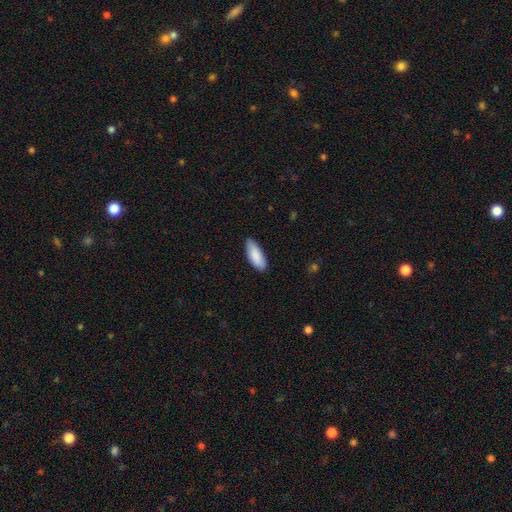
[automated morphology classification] A smooth galaxy with no disk features (89%) that is in between round and cigar-shaped (77%).

Vote fractions:
- Smooth or featured? smooth: 89% / featured or disk: 6% / star or artifact: 5%
- How rounded? in between: 77% / cigar-shaped: 22% / round: 1%
- Merging? none: 84% / minor disturbance: 13% / major disturbance: 2% / merger: 1%